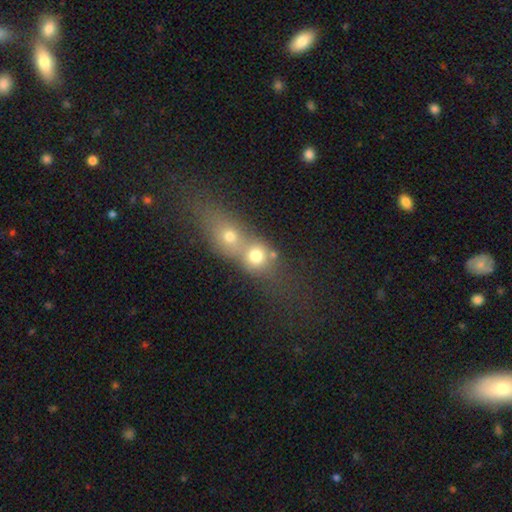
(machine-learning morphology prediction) The model was most divided on "merging": merger: 66%, none: 24%, minor disturbance: 5%, major disturbance: 4%. More confident: how rounded — round (71%); smooth or featured — smooth (71%).